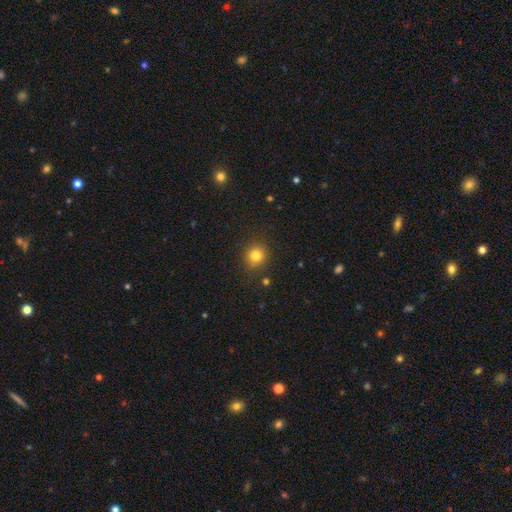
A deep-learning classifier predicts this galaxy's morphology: Smooth or featured?
  - smooth: 81% *
  - star or artifact: 13%
  - featured or disk: 6%
How rounded?
  - round: 88% *
  - in between: 11%
  - cigar-shaped: 1%
Merging?
  - none: 87% *
  - minor disturbance: 8%
  - major disturbance: 3%
  - merger: 2%